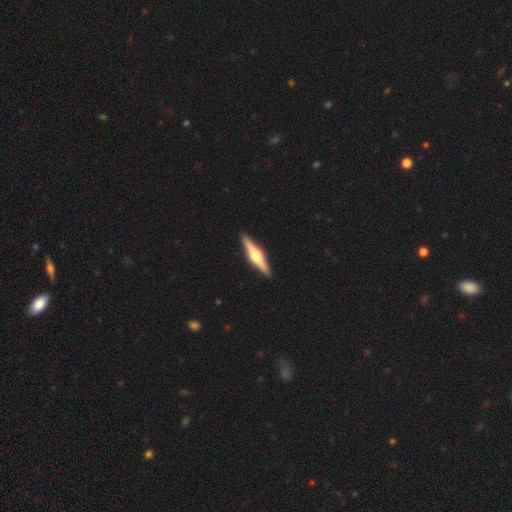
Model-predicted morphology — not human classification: A featured or disk galaxy (73%) viewed edge-on (98%) with a rounded central bulge (88%).

Vote fractions:
- Smooth or featured? featured or disk: 73% / smooth: 22% / star or artifact: 5%
- Edge-on disk? yes: 98% / no: 2%
- Edge-on bulge? rounded: 88% / boxy: 9% / none: 3%
- Merging? none: 92% / minor disturbance: 6% / major disturbance: 1% / merger: 1%